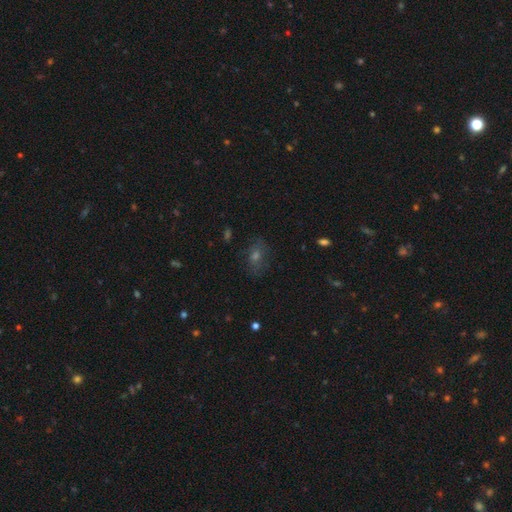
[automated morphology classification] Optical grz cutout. It shows a smooth galaxy with no disk features (44%). Merging: none (77%).